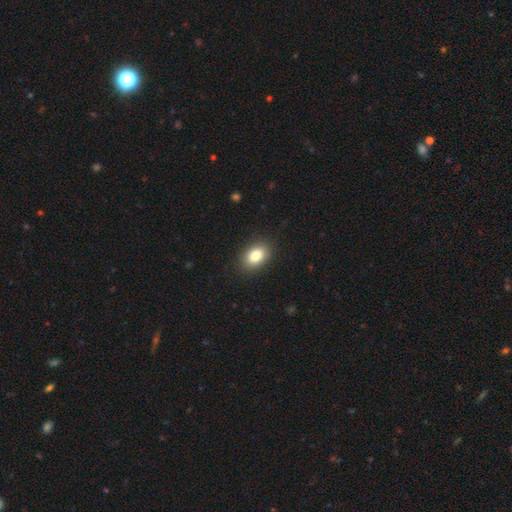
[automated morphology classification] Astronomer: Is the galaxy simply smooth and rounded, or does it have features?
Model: smooth — 84%.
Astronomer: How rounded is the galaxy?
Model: in between — 85%.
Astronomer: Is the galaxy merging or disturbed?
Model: none — 88%.